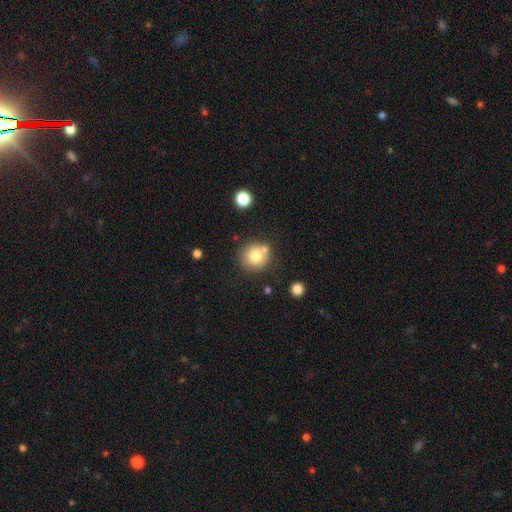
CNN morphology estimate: The model was most divided on "merging": none: 67%, merger: 18%, minor disturbance: 11%, major disturbance: 3%. More confident: how rounded — round (91%); smooth or featured — smooth (76%).